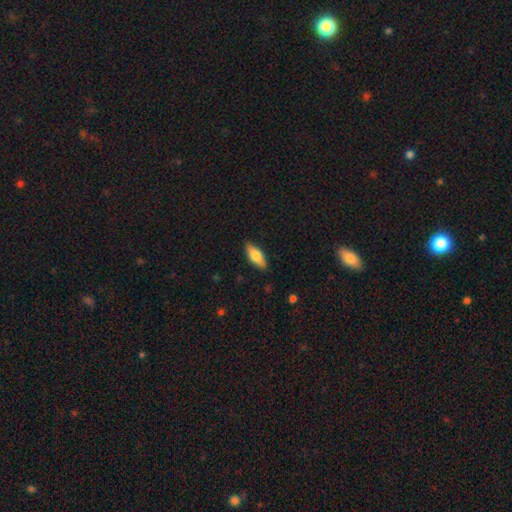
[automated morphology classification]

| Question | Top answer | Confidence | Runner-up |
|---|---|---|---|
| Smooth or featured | smooth | 69% | featured or disk (25%) |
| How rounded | in between | 70% | cigar-shaped (27%) |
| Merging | none | 87% | minor disturbance (10%) |